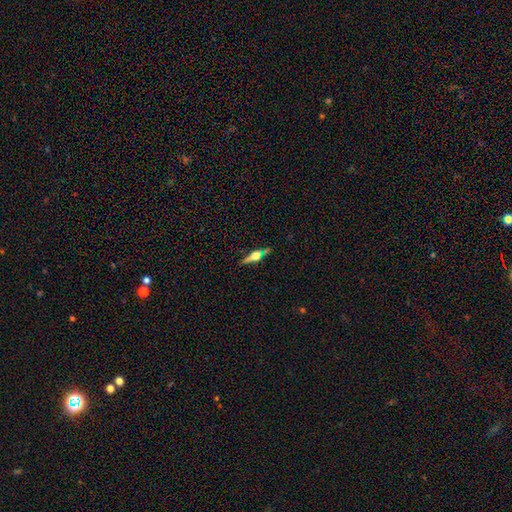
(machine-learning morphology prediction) type=featured or disk (54%); edge-on=yes (89%); merging=none (58%).